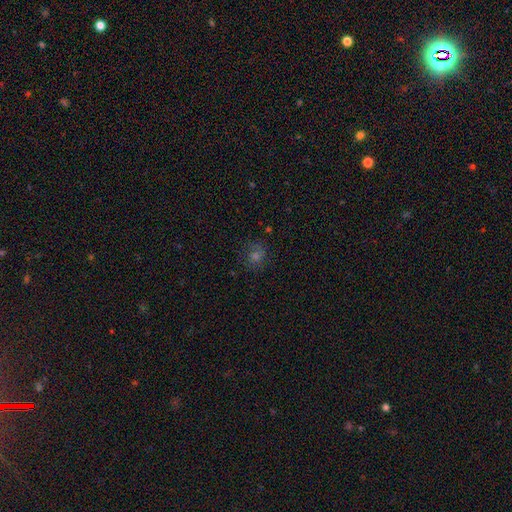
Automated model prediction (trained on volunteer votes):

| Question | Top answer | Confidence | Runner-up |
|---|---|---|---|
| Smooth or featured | smooth | 48% | star or artifact (30%) |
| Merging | none | 76% | minor disturbance (15%) |